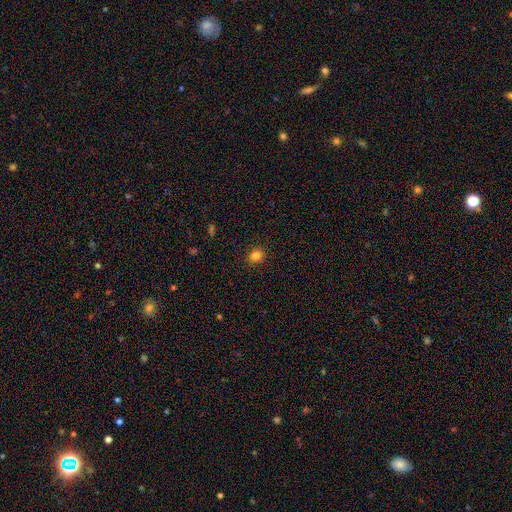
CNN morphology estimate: The model was most divided on "how rounded": round: 56%, in between: 43%, cigar-shaped: 1%. More confident: merging — none (89%); smooth or featured — smooth (83%).